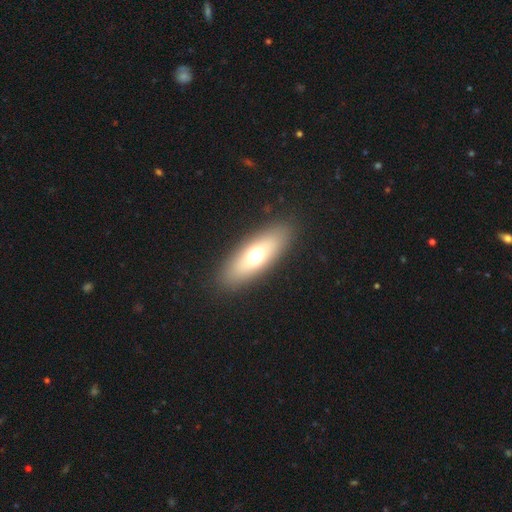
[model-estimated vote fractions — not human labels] smooth 62%, featured or disk 29%, star or artifact 9%. Down the decision tree: how rounded — in between (67%); merging — none (88%).